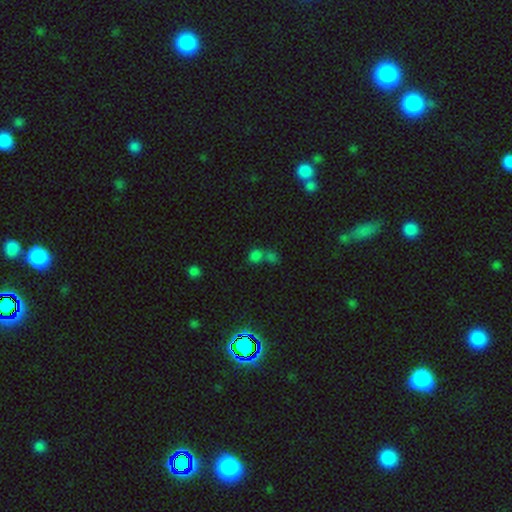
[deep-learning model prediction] A smooth galaxy with no disk features (67%) that is round (67%). Merging: merger (53%).